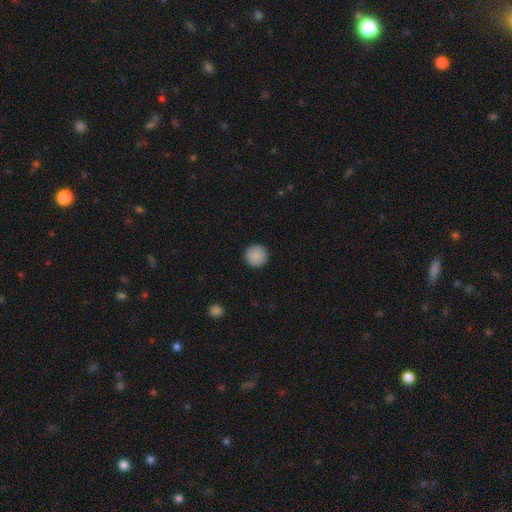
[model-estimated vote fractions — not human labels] A smooth galaxy with no disk features (90%) that is round (96%).

Vote fractions:
- Smooth or featured? smooth: 90% / star or artifact: 7% / featured or disk: 3%
- How rounded? round: 96% / in between: 3% / cigar-shaped: 1%
- Merging? none: 93% / minor disturbance: 5% / major disturbance: 2% / merger: 1%